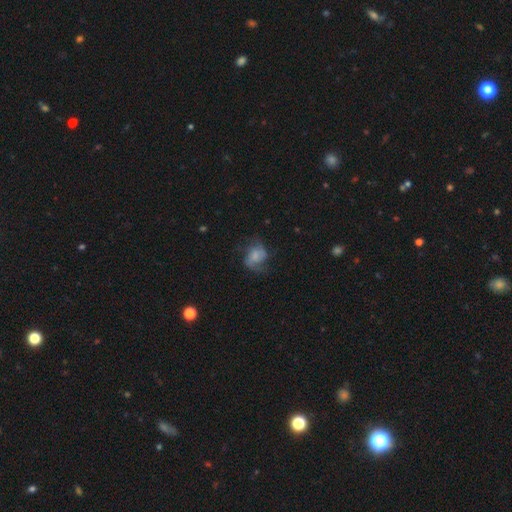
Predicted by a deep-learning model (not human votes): This appears to be a featured or disk galaxy (54%) with no bar (59%), spiral arms (83%) and no central bulge (34%). Merging: none (52%).